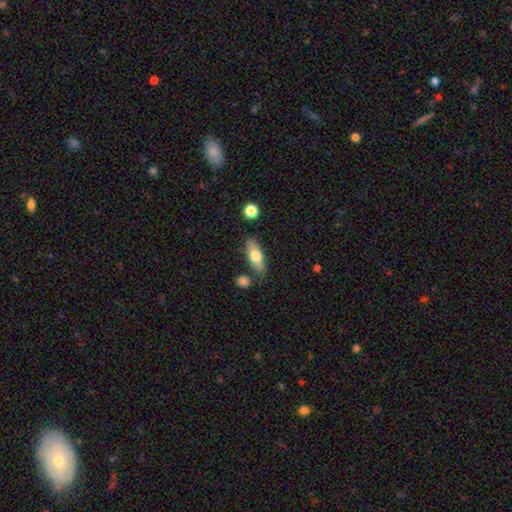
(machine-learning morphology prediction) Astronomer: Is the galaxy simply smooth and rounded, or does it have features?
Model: smooth — 67%.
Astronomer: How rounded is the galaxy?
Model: in between — 75%.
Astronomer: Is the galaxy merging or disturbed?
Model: none — 74%.